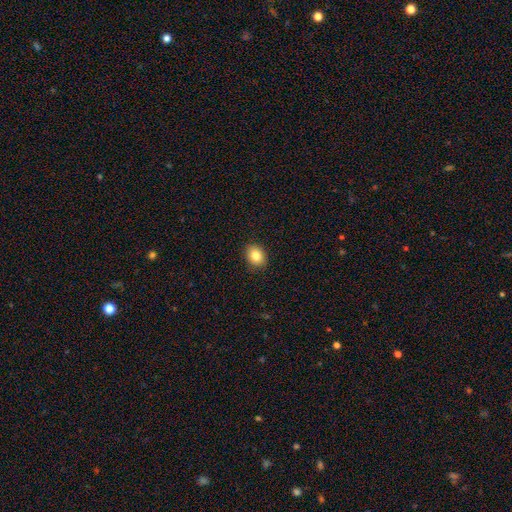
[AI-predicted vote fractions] Smooth or featured? Predicted: smooth (p=0.85). How rounded? Predicted: in between (p=0.54). Merging? Predicted: none (p=0.90).